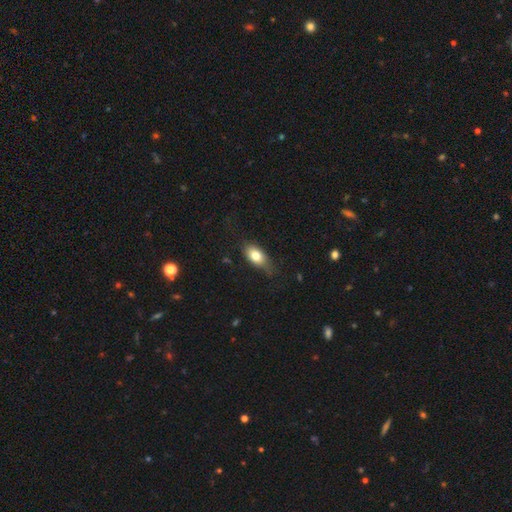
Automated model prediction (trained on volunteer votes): smooth 77%, featured or disk 15%, star or artifact 8%. Down the decision tree: how rounded — in between (85%); merging — none (64%).